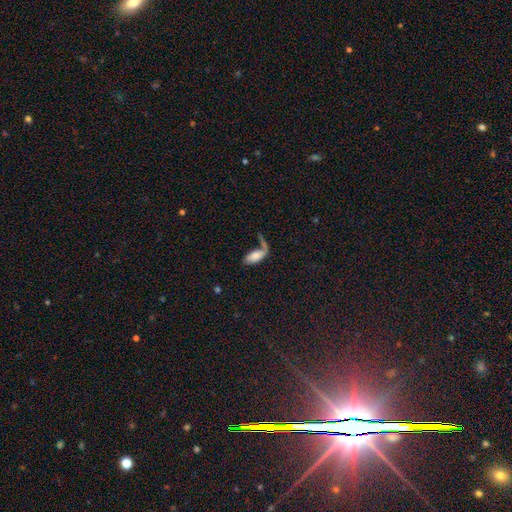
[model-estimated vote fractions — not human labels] Smooth or featured? Predicted: smooth (p=0.69). How rounded? Predicted: in between (p=0.82). Merging? Predicted: none (p=0.37).